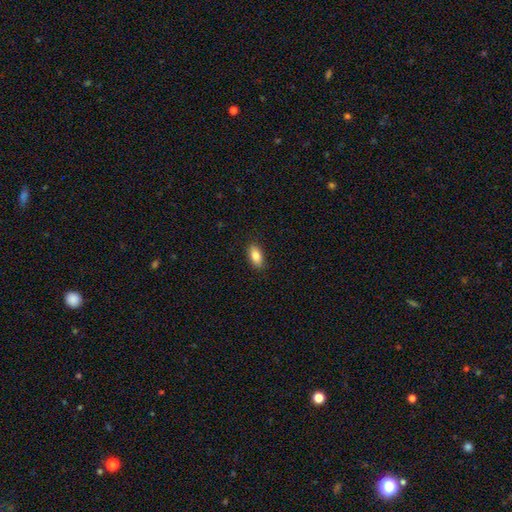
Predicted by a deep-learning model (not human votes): A smooth galaxy with no disk features (86%) that is in between round and cigar-shaped (90%). Merging: none (88%).